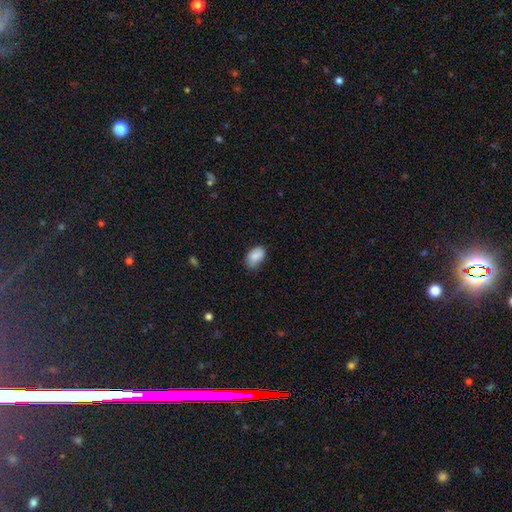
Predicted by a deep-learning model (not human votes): Smooth or featured?
  - smooth: 84% *
  - featured or disk: 8%
  - star or artifact: 7%
How rounded?
  - in between: 90% *
  - round: 9%
  - cigar-shaped: 1%
Merging?
  - none: 63% *
  - minor disturbance: 30%
  - major disturbance: 5%
  - merger: 2%